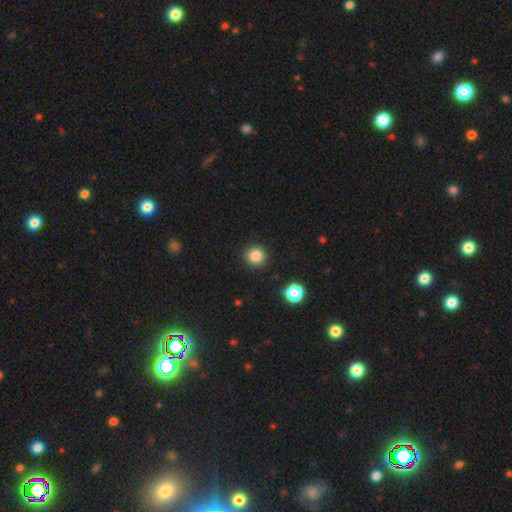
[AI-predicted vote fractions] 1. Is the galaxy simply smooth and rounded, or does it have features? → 84% smooth, 11% star or artifact, 5% featured or disk.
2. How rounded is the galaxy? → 94% round, 5% in between, 1% cigar-shaped.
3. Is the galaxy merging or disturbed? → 91% none, 5% minor disturbance, 2% major disturbance, 1% merger.